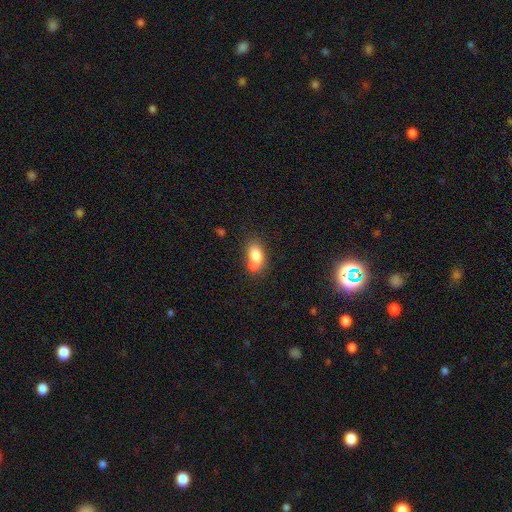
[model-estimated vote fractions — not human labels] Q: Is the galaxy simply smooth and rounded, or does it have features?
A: smooth — 77%.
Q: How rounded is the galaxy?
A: in between — 81%.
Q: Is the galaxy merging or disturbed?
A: merger — 43%.